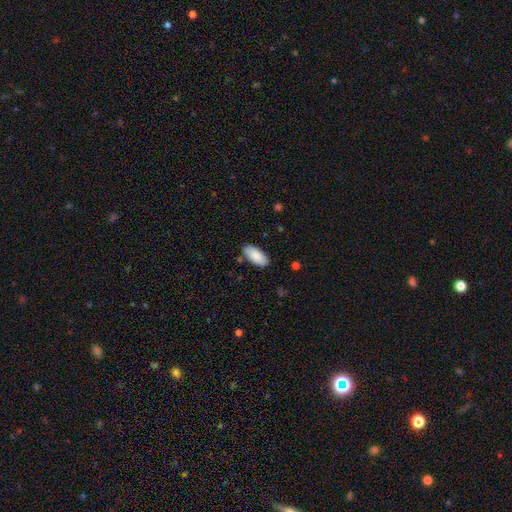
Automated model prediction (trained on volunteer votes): The model was most divided on "merging": none: 86%, minor disturbance: 10%, major disturbance: 2%, merger: 2%. More confident: how rounded — in between (92%); smooth or featured — smooth (88%).